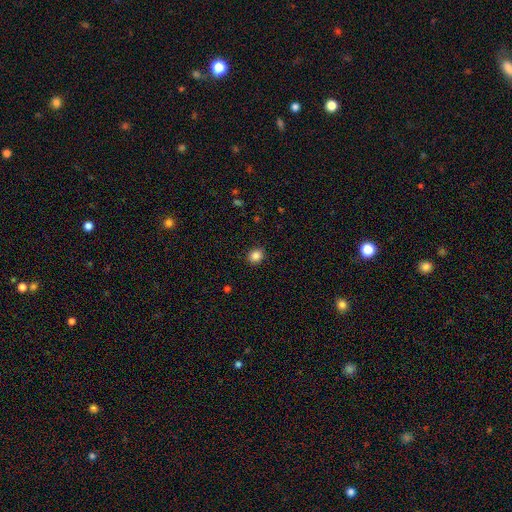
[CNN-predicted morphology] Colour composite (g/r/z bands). It shows a smooth galaxy with no disk features (85%) that is round (78%). Merging: none (90%).